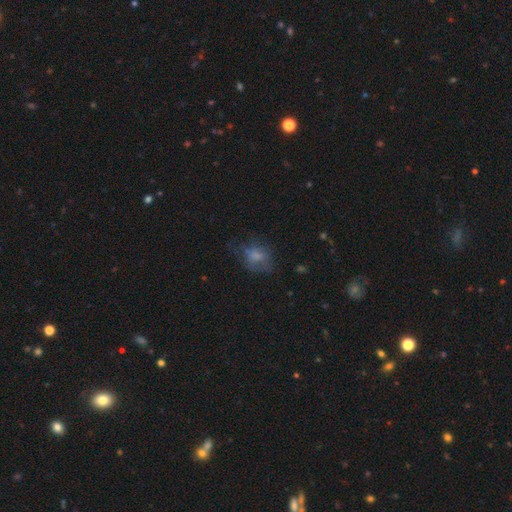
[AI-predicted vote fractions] Smooth or featured? smooth (61%)
How rounded? in between (60%)
Merging? none (44%)